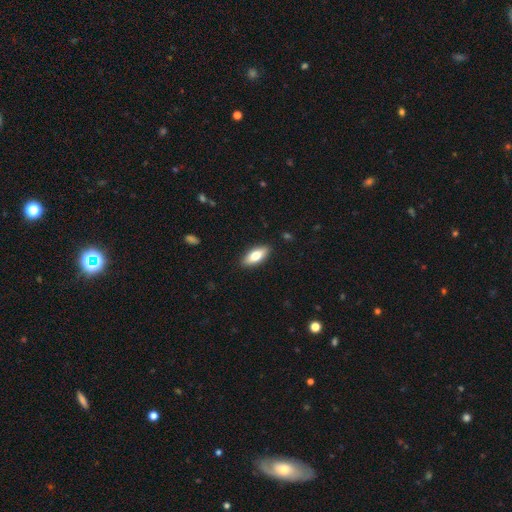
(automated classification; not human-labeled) Smooth or featured? Predicted: smooth (p=0.73). How rounded? Predicted: in between (p=0.79). Merging? Predicted: none (p=0.89).